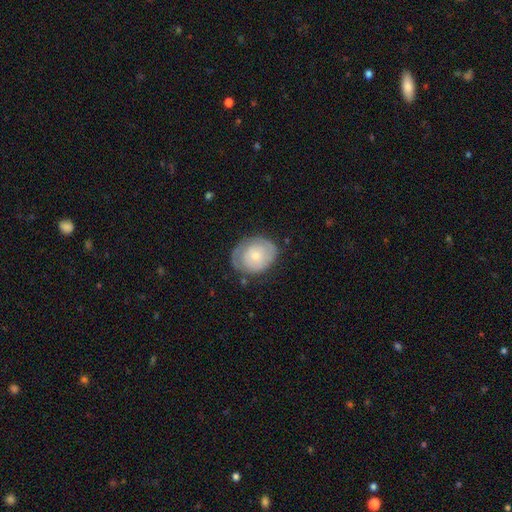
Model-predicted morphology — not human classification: The model was most divided on "smooth or featured": smooth: 49%, featured or disk: 45%, star or artifact: 6%. More confident: merging — none (64%).